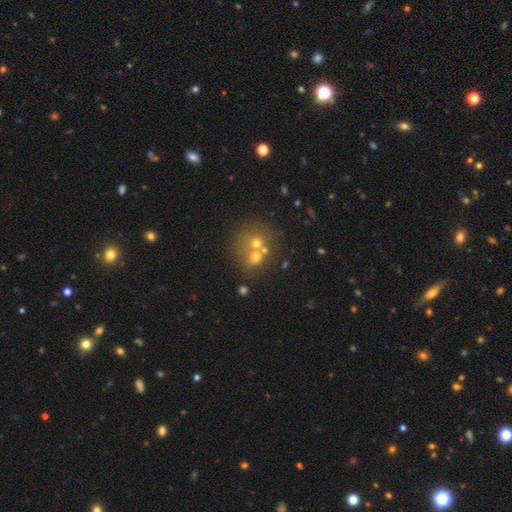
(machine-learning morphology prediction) Q: Smooth or featured?
A: smooth (51%); runner-up: star or artifact (25%)
Q: How rounded?
A: round (82%); runner-up: in between (17%)
Q: Merging?
A: merger (49%); runner-up: none (40%)